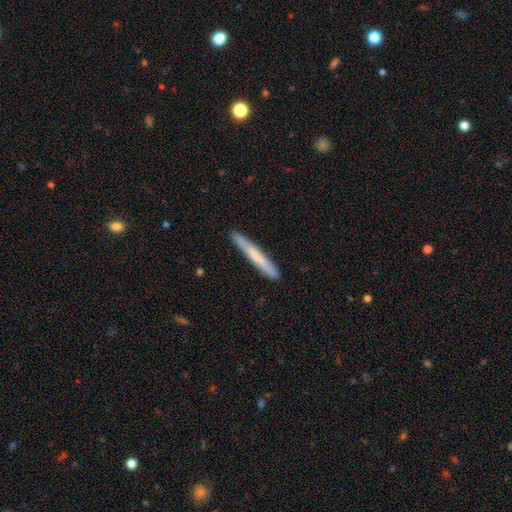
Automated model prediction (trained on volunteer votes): Morphology: type=smooth (64%); roundness=cigar-shaped (97%); merging=none (88%).